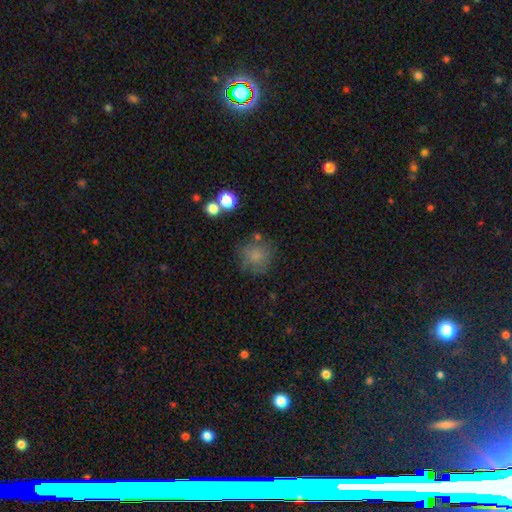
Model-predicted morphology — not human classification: Smooth or featured? Predicted: smooth (p=0.76). How rounded? Predicted: round (p=0.87). Merging? Predicted: none (p=0.68).